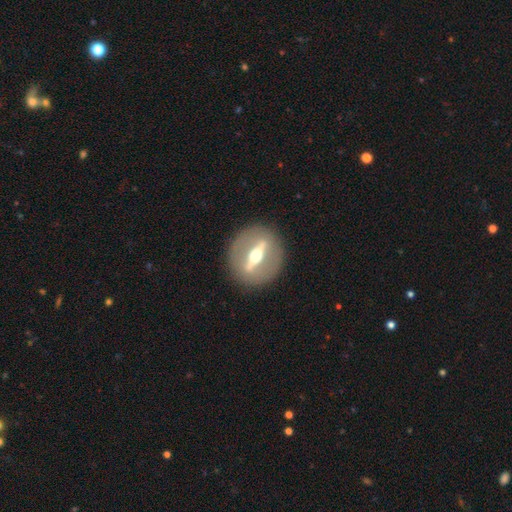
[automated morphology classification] Smooth or featured: featured or disk — 80% (smooth — 15%)
Edge-on disk: yes — 51% (no — 49%)
Merging: none — 89% (minor disturbance — 7%)